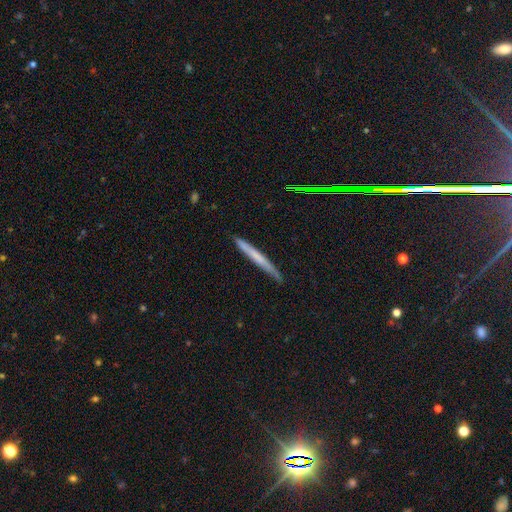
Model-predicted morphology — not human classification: type=smooth (53%); roundness=cigar-shaped (97%); merging=none (82%).